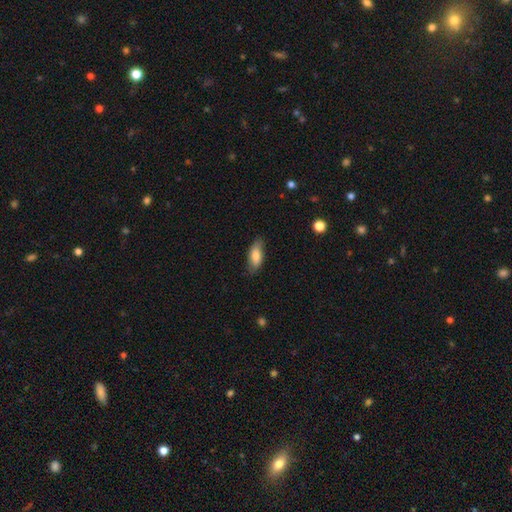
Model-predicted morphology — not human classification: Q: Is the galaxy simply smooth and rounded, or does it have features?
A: smooth — 79%.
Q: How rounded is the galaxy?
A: in between — 82%.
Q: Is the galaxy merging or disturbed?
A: none — 78%.